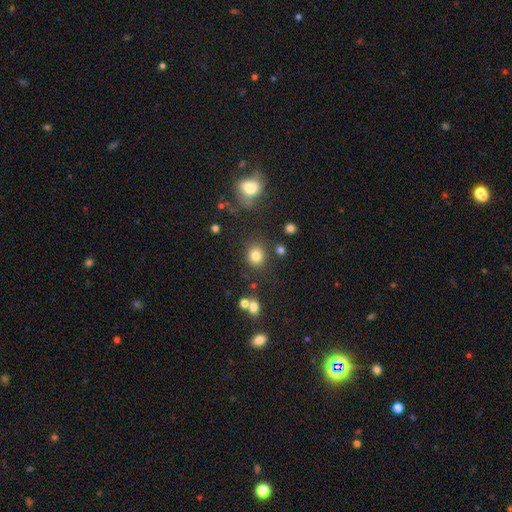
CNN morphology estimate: This is clearly a smooth galaxy (82%). How rounded: clearly round (80%). Merging: clearly none (81%).